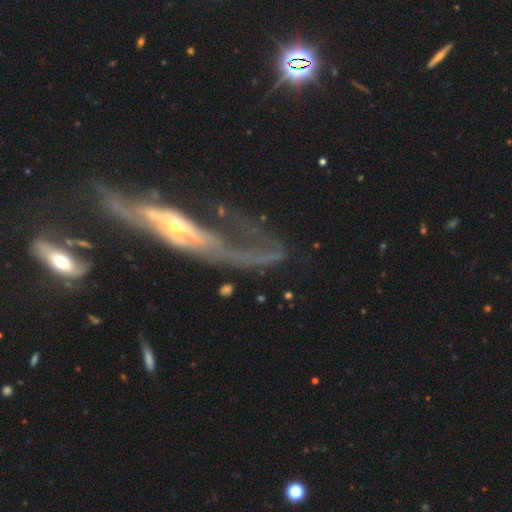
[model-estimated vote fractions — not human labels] A featured or disk galaxy (79%) with no bar (56%), spiral arms (74%) and a small central bulge (61%).

Vote fractions:
- Smooth or featured? featured or disk: 79% / smooth: 12% / star or artifact: 9%
- Edge-on disk? no: 71% / yes: 29%
- Bar? no: 56% / weak: 26% / strong: 18%
- Spiral arms? yes: 74% / no: 26%
- Bulge size? small: 61% / moderate: 32% / large: 3% / none: 3% / dominant: 2%
- Merging? major disturbance: 44% / none: 30% / minor disturbance: 16% / merger: 10%